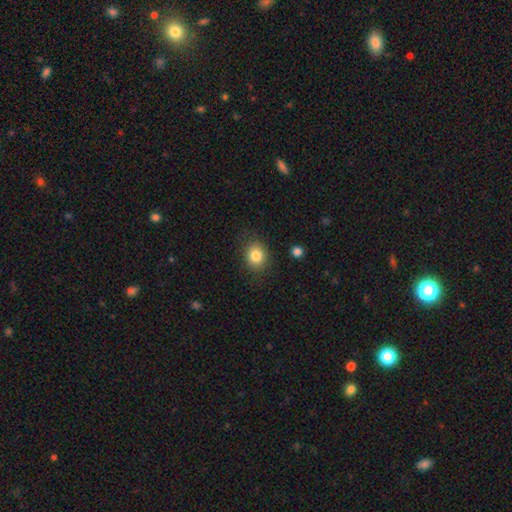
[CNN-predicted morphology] Smooth or featured? Predicted: smooth (p=0.83). How rounded? Predicted: round (p=0.60). Merging? Predicted: none (p=0.84).